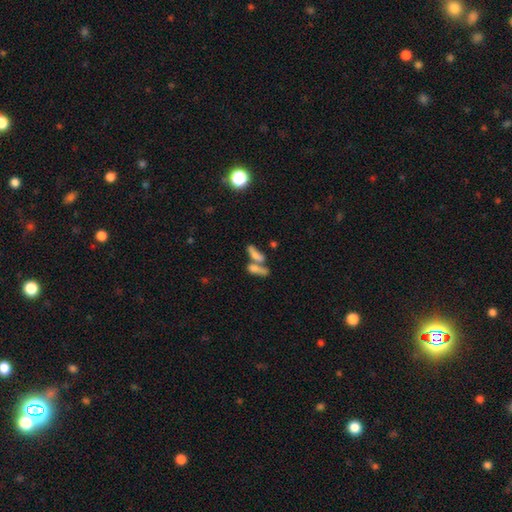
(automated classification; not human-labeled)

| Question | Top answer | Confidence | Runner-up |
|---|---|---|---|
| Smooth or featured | smooth | 60% | featured or disk (26%) |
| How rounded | in between | 52% | cigar-shaped (43%) |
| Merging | merger | 55% | none (30%) |